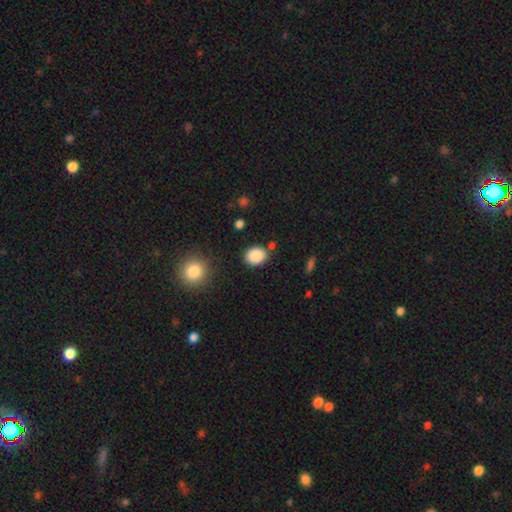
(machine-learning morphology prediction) A smooth galaxy with no disk features (88%) that is round (53%).

Vote fractions:
- Smooth or featured? smooth: 88% / star or artifact: 8% / featured or disk: 4%
- How rounded? round: 53% / in between: 46% / cigar-shaped: 1%
- Merging? none: 81% / minor disturbance: 11% / merger: 5% / major disturbance: 3%